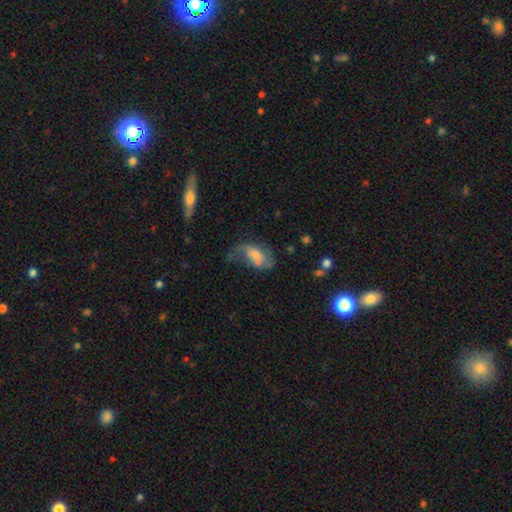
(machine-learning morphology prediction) This appears to be a smooth galaxy with no disk features (53%) that is in between round and cigar-shaped (90%). Merging: major disturbance (35%).